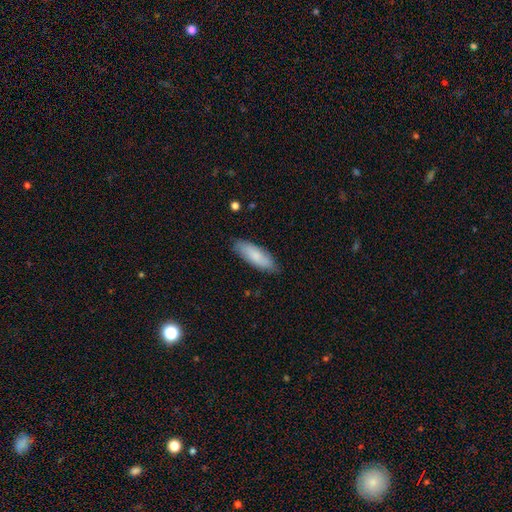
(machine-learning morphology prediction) A smooth galaxy with no disk features (81%) that is in between round and cigar-shaped (62%). Merging: none (83%).